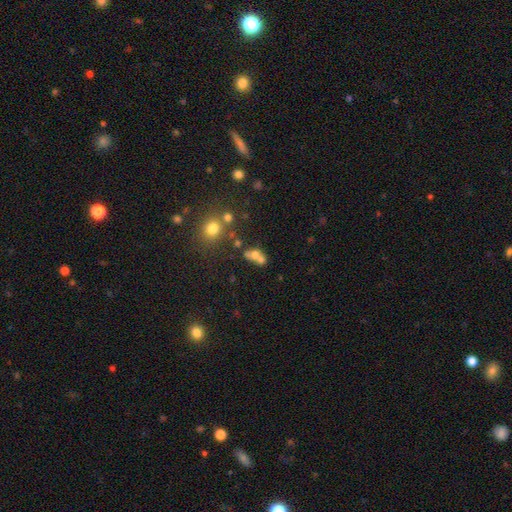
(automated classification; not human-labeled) smooth_or_featured: smooth (p=0.60) [alt: featured or disk p=0.23]
how_rounded: in between (p=0.54) [alt: round p=0.43]
merging: merger (p=0.55) [alt: none p=0.28]